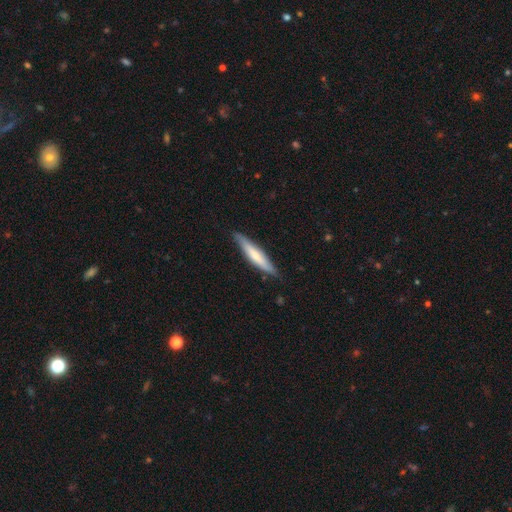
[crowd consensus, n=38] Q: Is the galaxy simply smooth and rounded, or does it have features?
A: smooth — 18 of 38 (47%, tied with featured or disk).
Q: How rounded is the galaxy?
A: cigar-shaped — 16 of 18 (89%).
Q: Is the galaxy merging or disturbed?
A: none — 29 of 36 (81%).